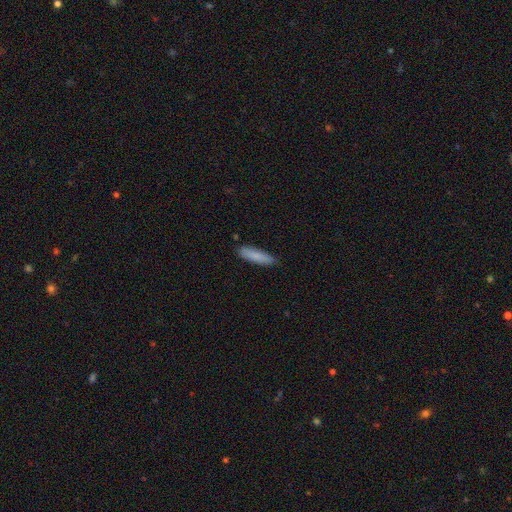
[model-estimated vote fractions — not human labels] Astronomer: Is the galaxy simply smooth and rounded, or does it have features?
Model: smooth — 86%.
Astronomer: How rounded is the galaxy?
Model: cigar-shaped — 72%.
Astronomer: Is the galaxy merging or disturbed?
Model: none — 86%.